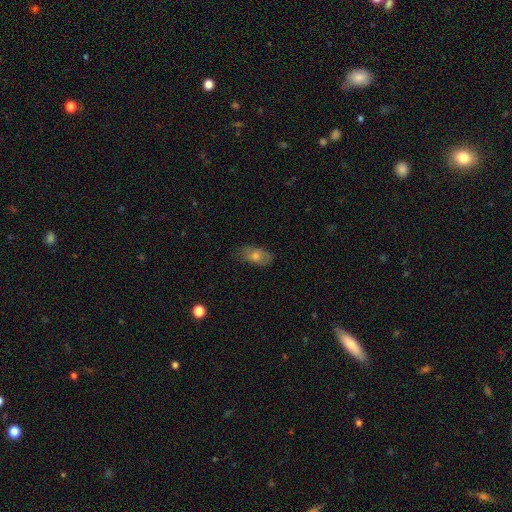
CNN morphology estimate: Smooth or featured? Predicted: smooth (p=0.64). How rounded? Predicted: in between (p=0.86). Merging? Predicted: none (p=0.75).